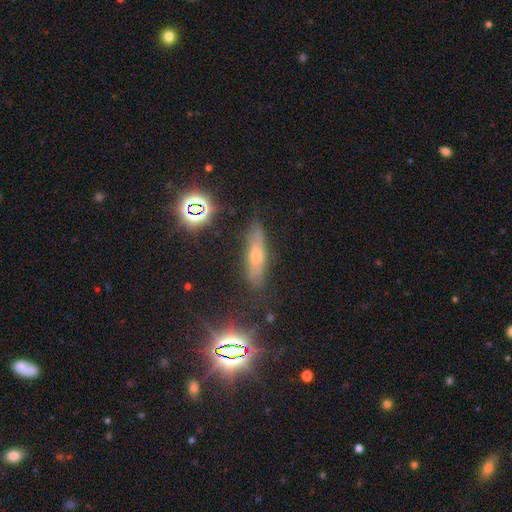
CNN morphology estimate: Smooth or featured?
  - smooth: 43% *
  - featured or disk: 35%
  - star or artifact: 22%
Merging?
  - none: 82% *
  - minor disturbance: 13%
  - major disturbance: 3%
  - merger: 2%